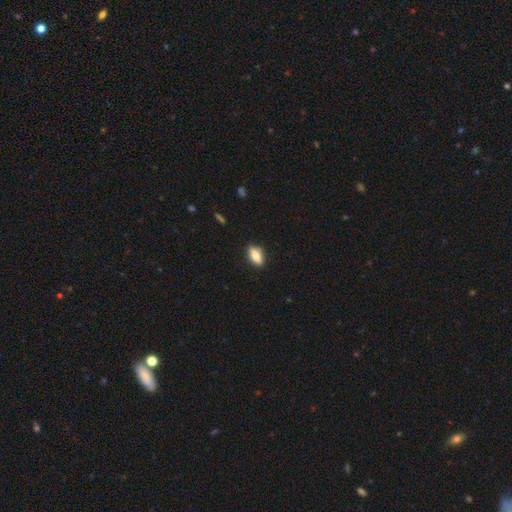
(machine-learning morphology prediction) Smooth or featured? Predicted: smooth (p=0.76). How rounded? Predicted: in between (p=0.82). Merging? Predicted: none (p=0.83).